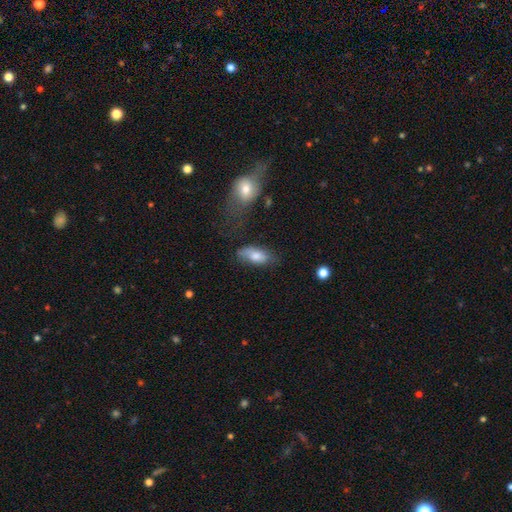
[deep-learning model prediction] Smooth or featured: smooth — 72% (featured or disk — 20%)
How rounded: in between — 81% (cigar-shaped — 15%)
Merging: none — 53% (minor disturbance — 28%)